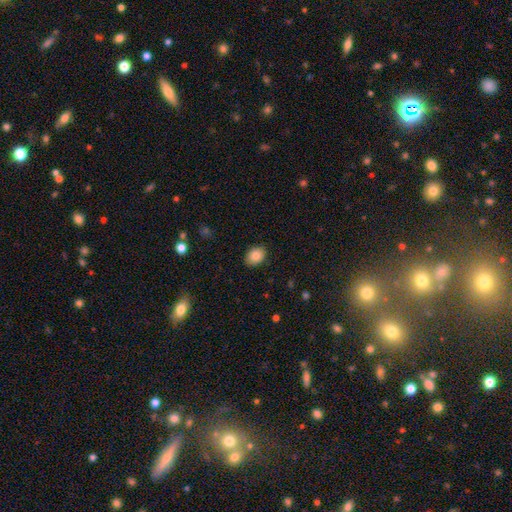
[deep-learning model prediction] A smooth galaxy with no disk features (87%) that is in between round and cigar-shaped (71%).

Vote fractions:
- Smooth or featured? smooth: 87% / star or artifact: 8% / featured or disk: 5%
- How rounded? in between: 71% / round: 28% / cigar-shaped: 1%
- Merging? none: 87% / minor disturbance: 10% / major disturbance: 2% / merger: 1%